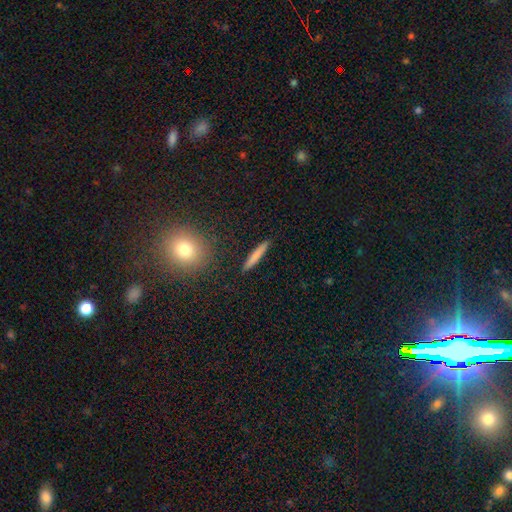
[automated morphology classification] Smooth or featured?
  - smooth: 77% *
  - featured or disk: 16%
  - star or artifact: 7%
How rounded?
  - cigar-shaped: 94% *
  - in between: 5%
  - round: 2%
Merging?
  - none: 90% *
  - minor disturbance: 7%
  - major disturbance: 2%
  - merger: 2%